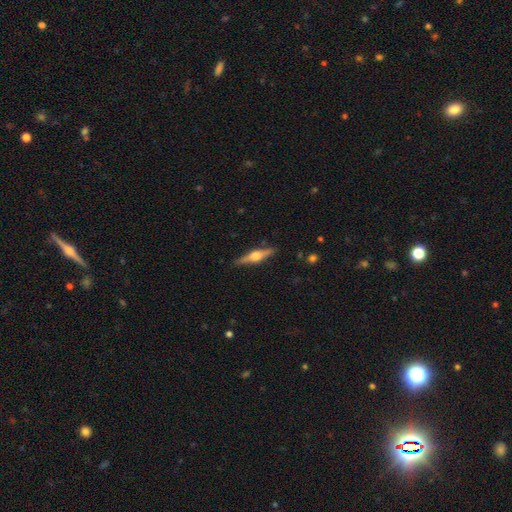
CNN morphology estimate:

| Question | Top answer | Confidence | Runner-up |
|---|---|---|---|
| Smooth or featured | featured or disk | 69% | smooth (25%) |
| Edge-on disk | yes | 97% | no (3%) |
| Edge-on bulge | rounded | 91% | boxy (7%) |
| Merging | none | 89% | minor disturbance (8%) |